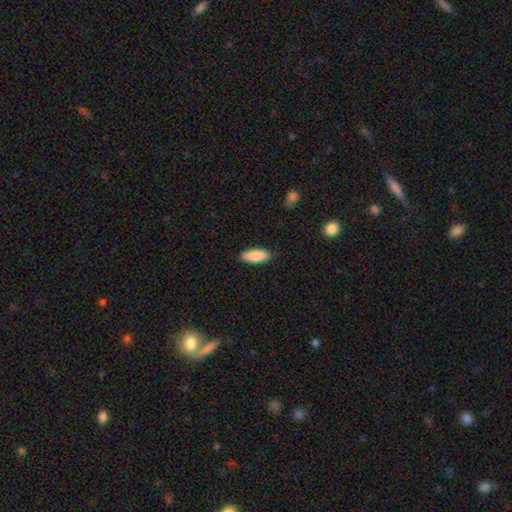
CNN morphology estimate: The model was most divided on "how rounded": in between: 71%, cigar-shaped: 27%, round: 2%. More confident: merging — none (88%); smooth or featured — smooth (86%).